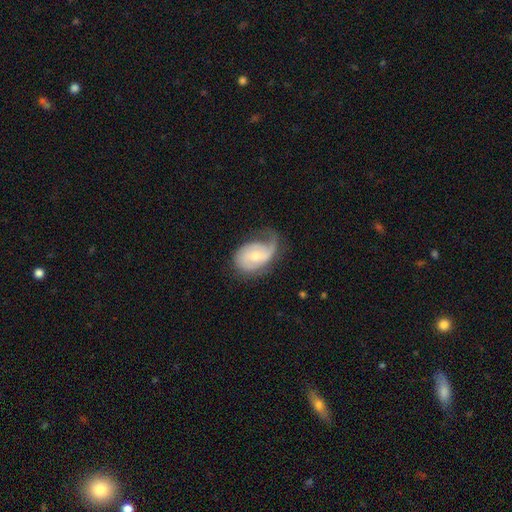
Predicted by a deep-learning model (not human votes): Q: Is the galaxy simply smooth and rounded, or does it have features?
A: featured or disk — 67%.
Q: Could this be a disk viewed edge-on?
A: no — 96%.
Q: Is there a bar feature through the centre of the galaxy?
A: no — 62%.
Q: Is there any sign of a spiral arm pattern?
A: yes — 85%.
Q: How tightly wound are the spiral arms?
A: loose — 37%.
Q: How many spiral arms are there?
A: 1 — 54%.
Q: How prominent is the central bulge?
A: moderate — 59%.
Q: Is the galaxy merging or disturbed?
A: minor disturbance — 33%, tied with major disturbance.